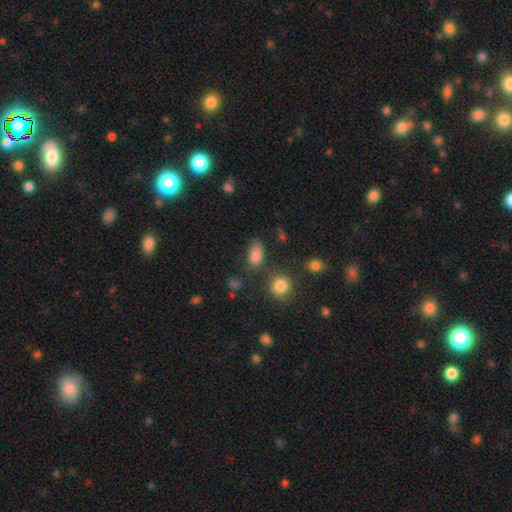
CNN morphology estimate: This is clearly a smooth galaxy (83%). How rounded: clearly in between (87%). Merging: likely none (69%).